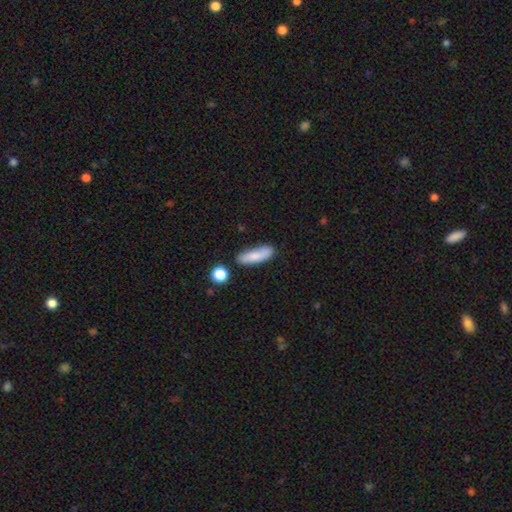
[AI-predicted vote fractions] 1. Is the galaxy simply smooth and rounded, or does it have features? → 77% smooth, 16% featured or disk, 7% star or artifact.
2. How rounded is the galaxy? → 52% cigar-shaped, 45% in between, 3% round.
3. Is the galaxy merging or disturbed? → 73% none, 18% minor disturbance, 5% merger, 4% major disturbance.